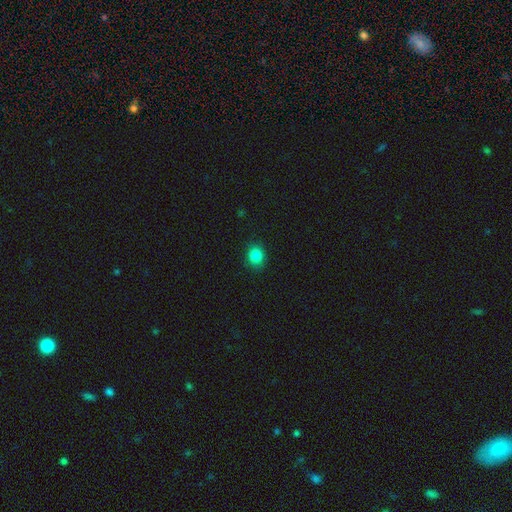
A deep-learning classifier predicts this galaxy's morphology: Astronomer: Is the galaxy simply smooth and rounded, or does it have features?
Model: smooth — 85%.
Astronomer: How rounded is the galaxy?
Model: round — 71%.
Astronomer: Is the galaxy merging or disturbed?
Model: none — 88%.